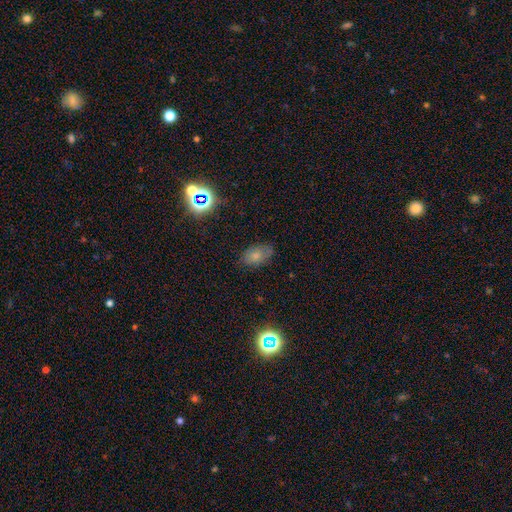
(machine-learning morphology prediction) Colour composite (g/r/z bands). It shows a smooth galaxy with no disk features (75%) that is in between round and cigar-shaped (91%). Merging: none (77%).